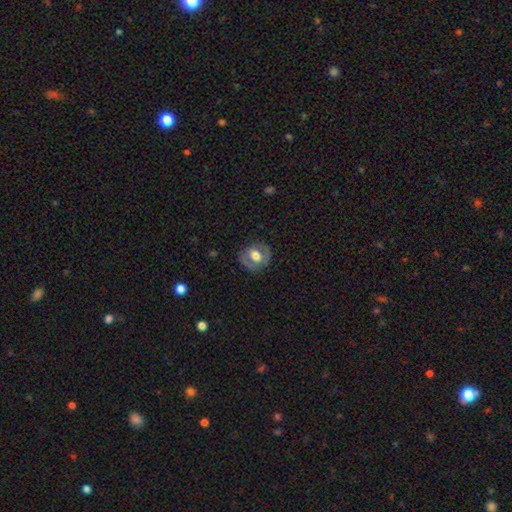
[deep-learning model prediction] Smooth or featured: smooth — 47% (featured or disk — 46%)
Merging: none — 80% (minor disturbance — 14%)